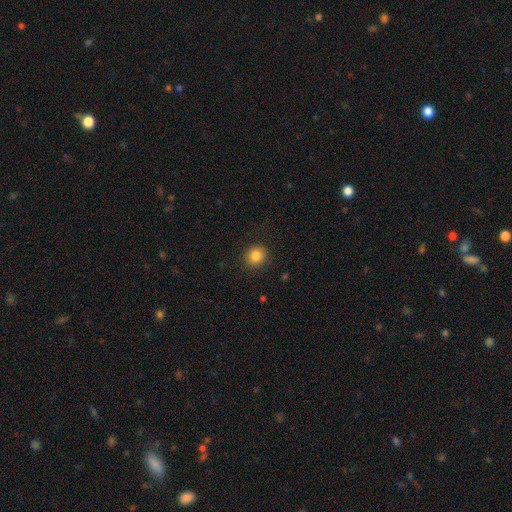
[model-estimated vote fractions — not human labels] Smooth or featured: smooth — 85% (star or artifact — 10%)
How rounded: round — 85% (in between — 14%)
Merging: none — 90% (minor disturbance — 7%)